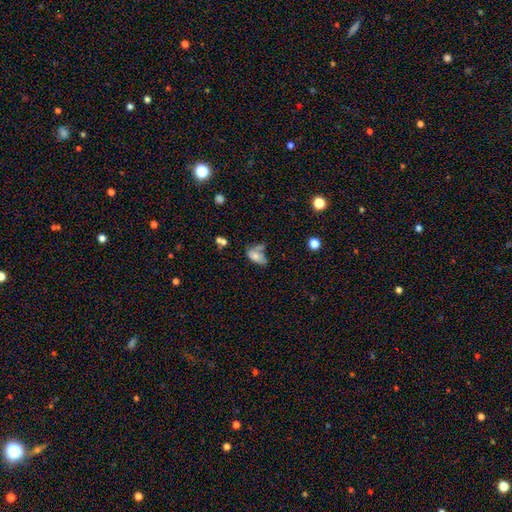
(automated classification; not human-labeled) This is likely a smooth galaxy (67%). How rounded: clearly in between (88%). Merging: marginally none (34%).